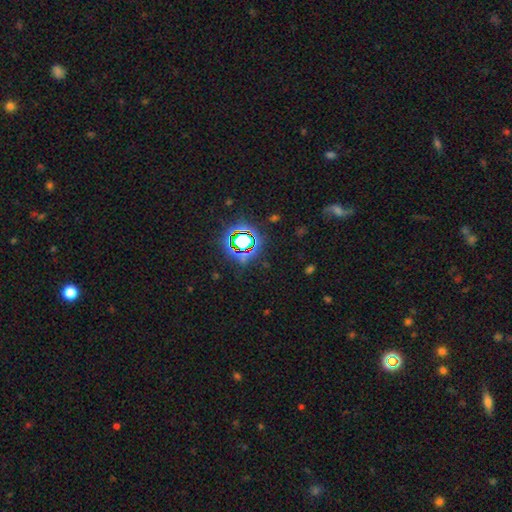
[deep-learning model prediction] The model was most divided on "smooth or featured": star or artifact: 77%, smooth: 15%, featured or disk: 8%.